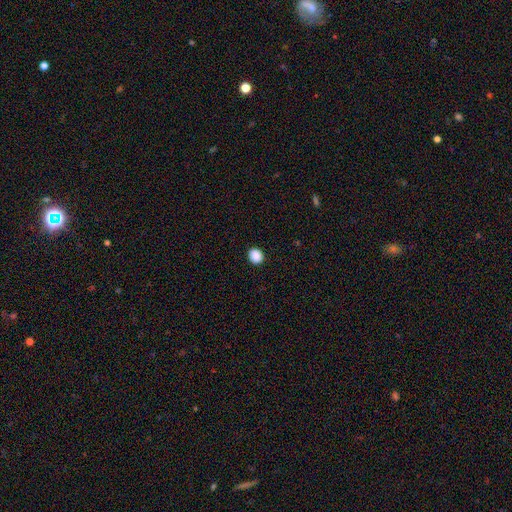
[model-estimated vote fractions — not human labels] This is clearly a smooth galaxy (89%). How rounded: likely round (73%). Merging: clearly none (92%).